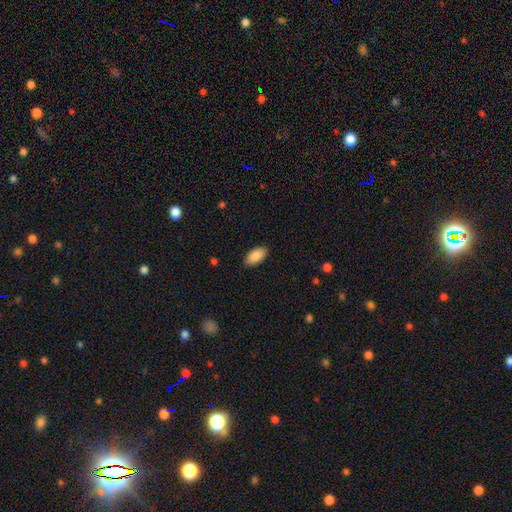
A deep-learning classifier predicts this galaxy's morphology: Smooth or featured? Predicted: smooth (p=0.89). How rounded? Predicted: in between (p=0.94). Merging? Predicted: none (p=0.88).